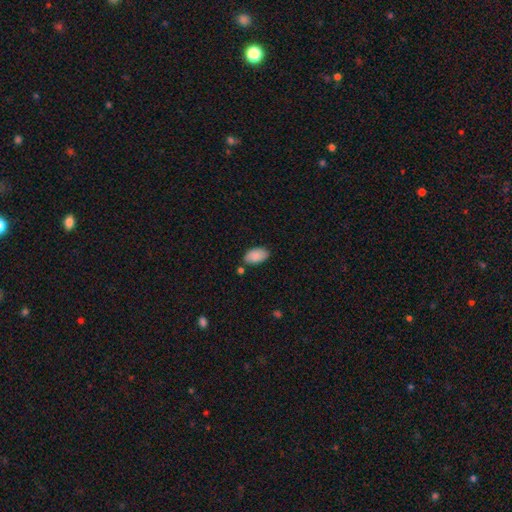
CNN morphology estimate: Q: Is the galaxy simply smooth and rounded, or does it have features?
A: smooth — 88%.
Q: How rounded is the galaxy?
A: in between — 95%.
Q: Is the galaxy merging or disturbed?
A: none — 77%.